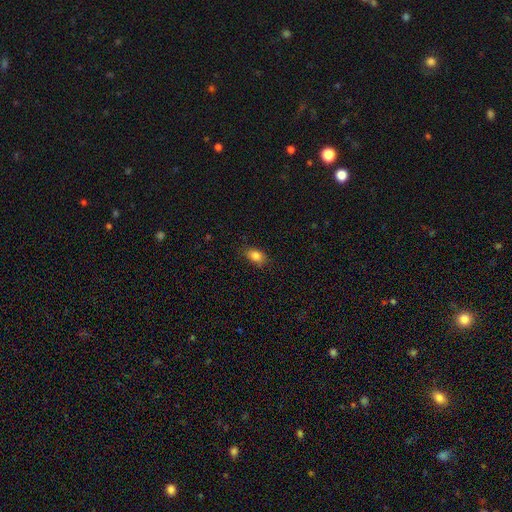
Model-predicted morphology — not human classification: Smooth or featured?
  - smooth: 83% *
  - star or artifact: 9%
  - featured or disk: 7%
How rounded?
  - in between: 79% *
  - round: 18%
  - cigar-shaped: 3%
Merging?
  - none: 80% *
  - minor disturbance: 15%
  - major disturbance: 3%
  - merger: 1%